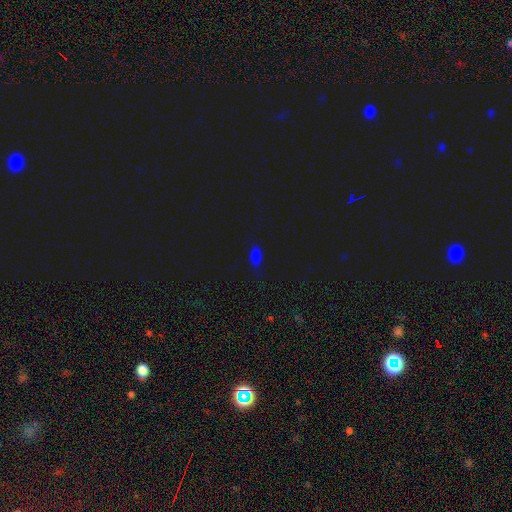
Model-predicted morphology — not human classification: Smooth or featured: smooth — 75% (star or artifact — 20%)
How rounded: in between — 89% (cigar-shaped — 6%)
Merging: none — 75% (minor disturbance — 19%)